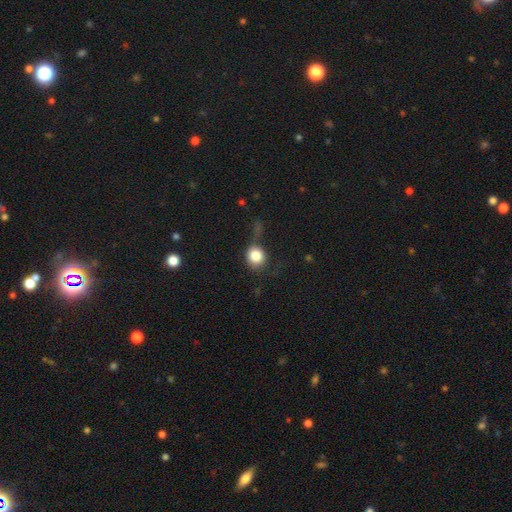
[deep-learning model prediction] Q: Smooth or featured?
A: smooth (80%); runner-up: featured or disk (10%)
Q: How rounded?
A: round (85%); runner-up: in between (14%)
Q: Merging?
A: none (49%); runner-up: minor disturbance (24%)